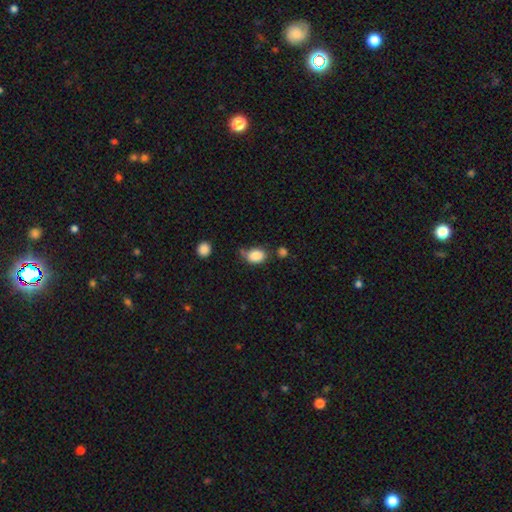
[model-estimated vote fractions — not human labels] Smooth or featured?
  - smooth: 86% *
  - star or artifact: 9%
  - featured or disk: 5%
How rounded?
  - in between: 74% *
  - round: 25%
  - cigar-shaped: 1%
Merging?
  - none: 58% *
  - minor disturbance: 23%
  - merger: 12%
  - major disturbance: 7%